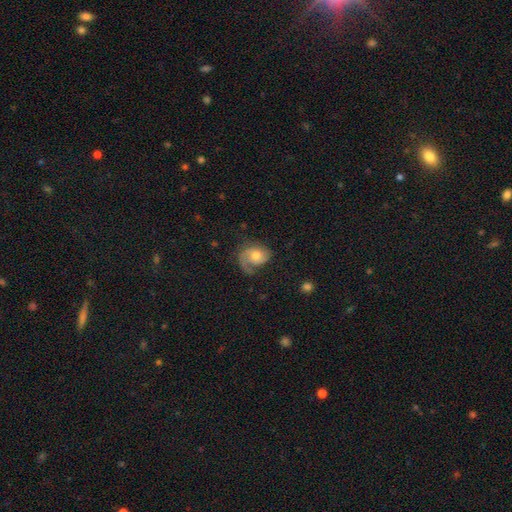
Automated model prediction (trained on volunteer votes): Morphology: type=featured or disk (66%); edge-on=no (97%); bar=no (75%); spiral arms=yes (91%); winding=medium (38%); arm count=1 (61%); bulge=moderate (60%); merging=none (49%).